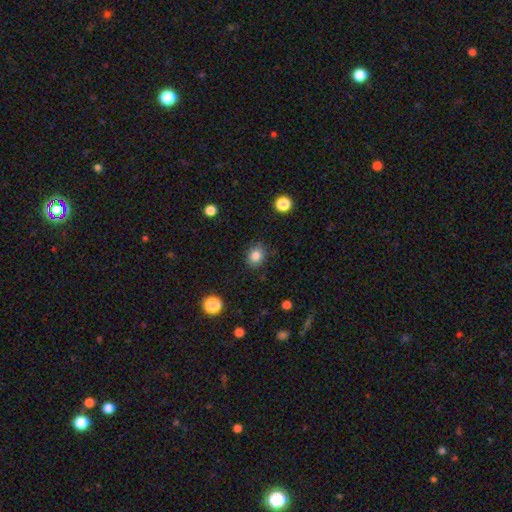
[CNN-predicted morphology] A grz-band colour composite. It shows a smooth galaxy with no disk features (84%) that is round (55%). Merging: none (85%).